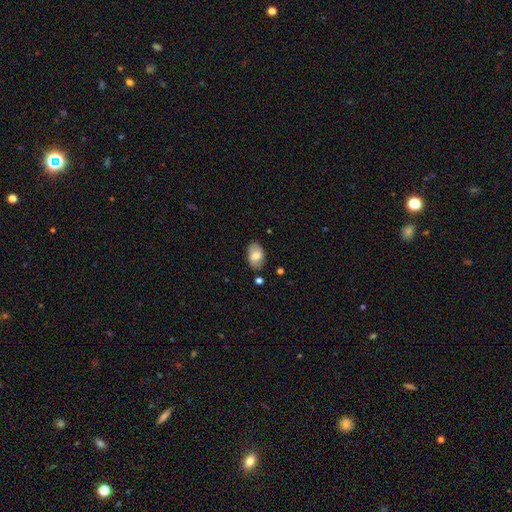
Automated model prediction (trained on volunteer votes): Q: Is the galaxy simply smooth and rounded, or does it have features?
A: smooth — 75%.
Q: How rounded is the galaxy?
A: in between — 91%.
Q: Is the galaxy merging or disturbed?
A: none — 82%.